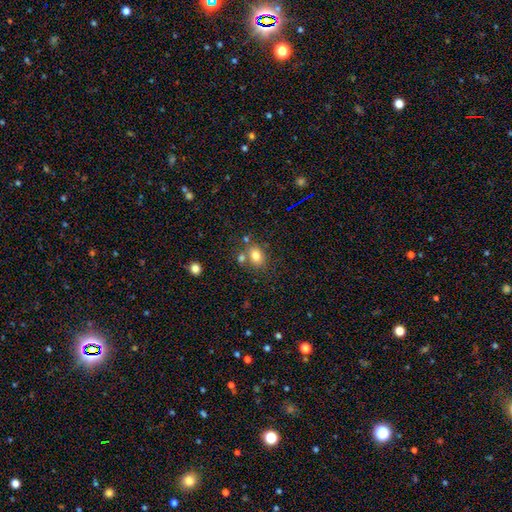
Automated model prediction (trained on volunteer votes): smooth-or-featured: smooth: 79% | star or artifact: 12% | featured or disk: 9%
  how-rounded: in between: 57% | round: 42% | cigar-shaped: 1%
  merging: none: 64% | merger: 19% | minor disturbance: 13% | major disturbance: 4%